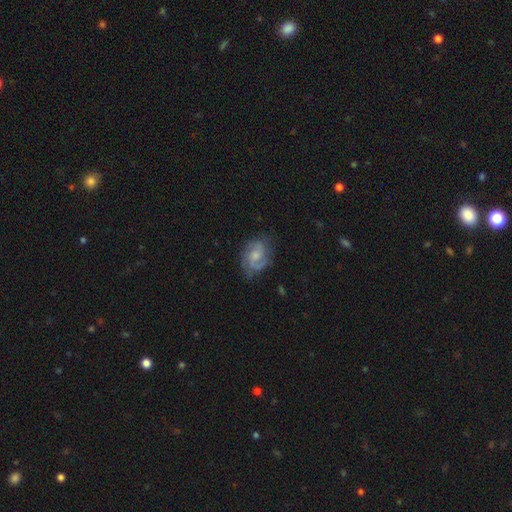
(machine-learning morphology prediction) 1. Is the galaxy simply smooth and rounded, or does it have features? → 69% featured or disk, 23% smooth, 7% star or artifact.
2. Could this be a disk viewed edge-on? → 97% no, 3% yes.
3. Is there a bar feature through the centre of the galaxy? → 63% no, 32% weak, 4% strong.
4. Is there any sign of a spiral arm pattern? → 91% yes, 9% no.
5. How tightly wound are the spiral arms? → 45% medium, 36% tight, 19% loose.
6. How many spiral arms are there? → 59% 2, 19% can't tell, 10% 3, 7% 1, 2% 4, 2% more than 4.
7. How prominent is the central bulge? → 44% moderate, 38% small, 11% none, 6% large, 1% dominant.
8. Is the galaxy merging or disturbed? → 65% none, 23% minor disturbance, 11% major disturbance, 2% merger.